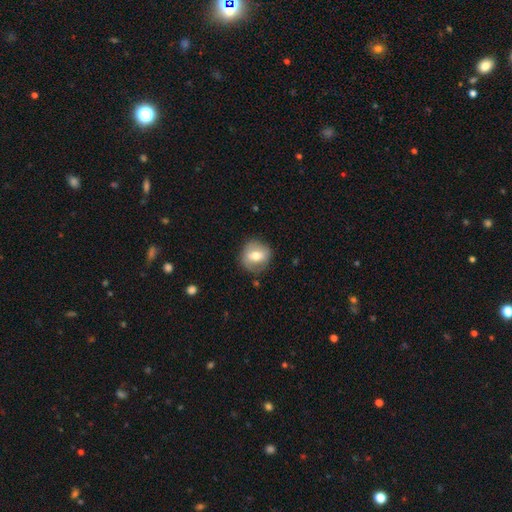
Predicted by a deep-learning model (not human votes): Smooth or featured?
  - smooth: 59% *
  - featured or disk: 34%
  - star or artifact: 8%
How rounded?
  - round: 83% *
  - in between: 16%
  - cigar-shaped: 1%
Merging?
  - none: 81% *
  - minor disturbance: 14%
  - major disturbance: 4%
  - merger: 2%